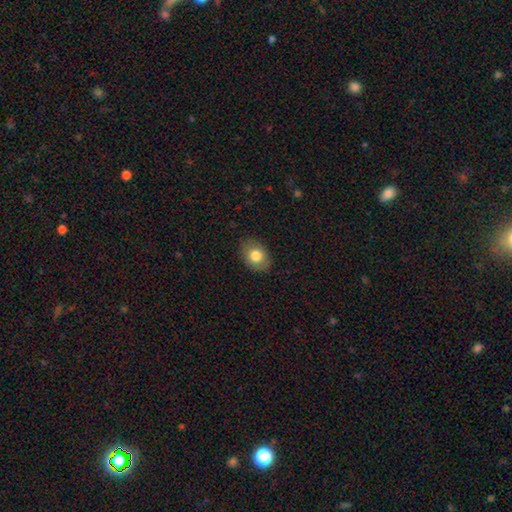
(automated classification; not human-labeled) smooth-or-featured: smooth: 80% | featured or disk: 12% | star or artifact: 8%
  how-rounded: in between: 68% | round: 31% | cigar-shaped: 1%
  merging: none: 85% | minor disturbance: 11% | major disturbance: 3% | merger: 1%